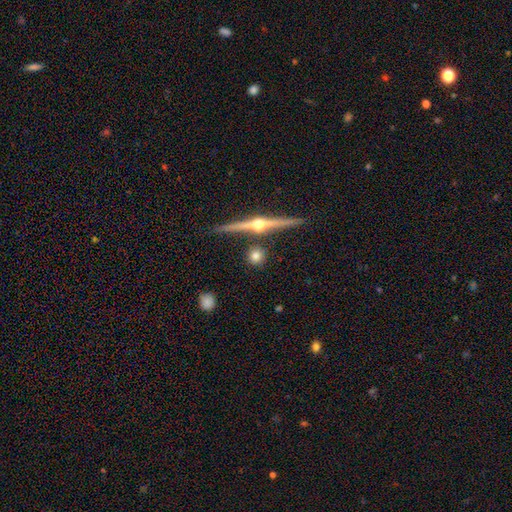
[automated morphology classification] Smooth or featured? smooth (58%)
How rounded? round (87%)
Merging? none (85%)